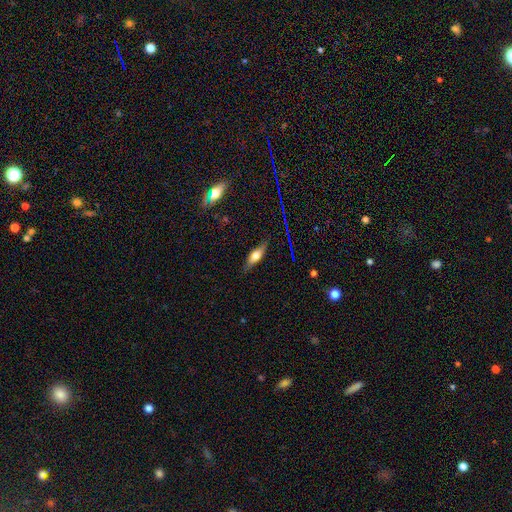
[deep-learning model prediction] Overall: smooth (49%; featured or disk 42%). Merging: none (82%).